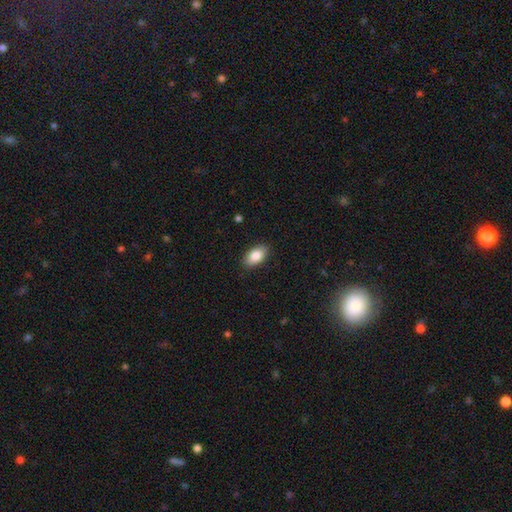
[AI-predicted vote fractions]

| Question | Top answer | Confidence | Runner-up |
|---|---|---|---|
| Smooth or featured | smooth | 85% | featured or disk (8%) |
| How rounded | in between | 93% | round (5%) |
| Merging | none | 88% | minor disturbance (9%) |